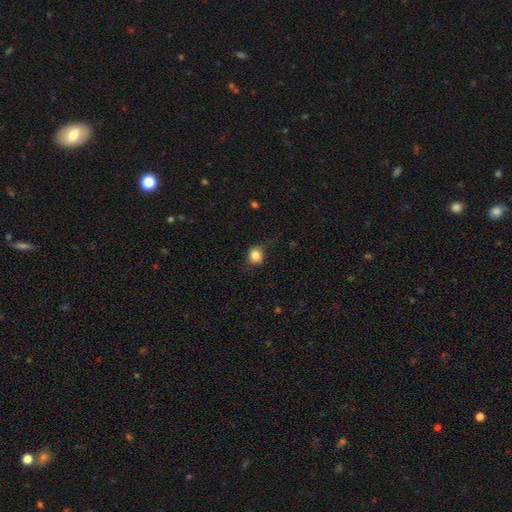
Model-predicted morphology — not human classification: Smooth or featured: smooth — 83% (star or artifact — 11%)
How rounded: round — 78% (in between — 21%)
Merging: none — 71% (minor disturbance — 22%)